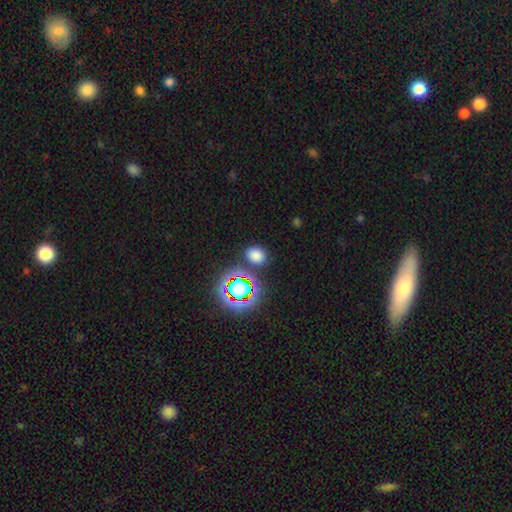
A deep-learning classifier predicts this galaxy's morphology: smooth-or-featured: smooth: 73% | star or artifact: 21% | featured or disk: 6%
  how-rounded: in between: 52% | round: 46% | cigar-shaped: 1%
  merging: none: 83% | minor disturbance: 9% | merger: 5% | major disturbance: 3%